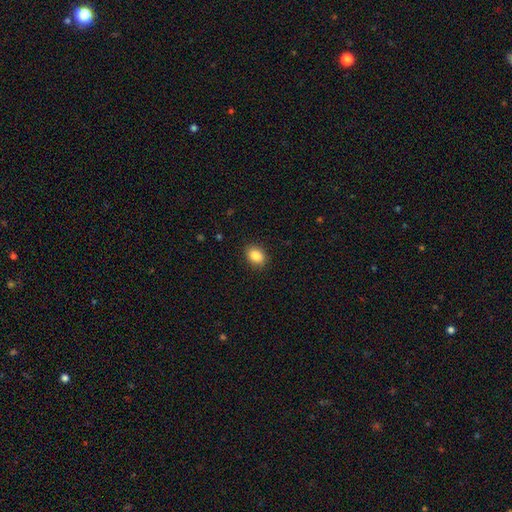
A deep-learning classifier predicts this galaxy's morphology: This appears to be a smooth galaxy with no disk features (88%) that is in between round and cigar-shaped (74%). Merging: none (88%).